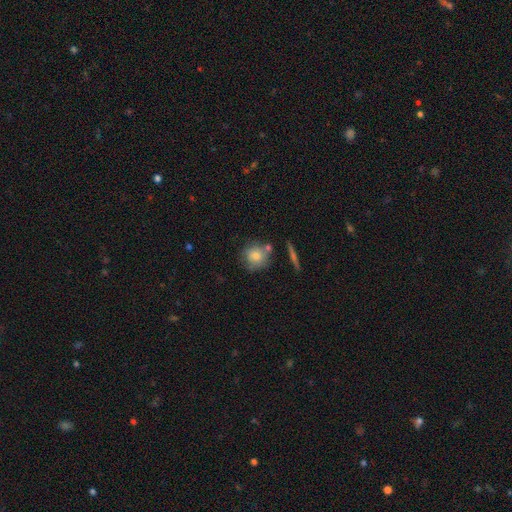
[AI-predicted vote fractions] Smooth or featured: smooth — 75% (featured or disk — 17%)
How rounded: round — 87% (in between — 11%)
Merging: none — 64% (minor disturbance — 18%)